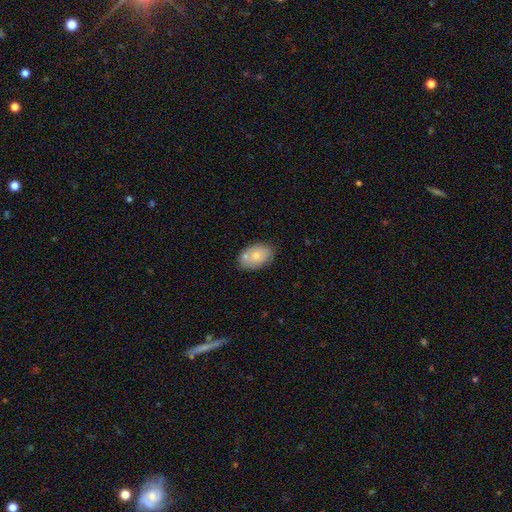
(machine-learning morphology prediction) Smooth or featured? Predicted: smooth (p=0.73). How rounded? Predicted: in between (p=0.89). Merging? Predicted: none (p=0.63).